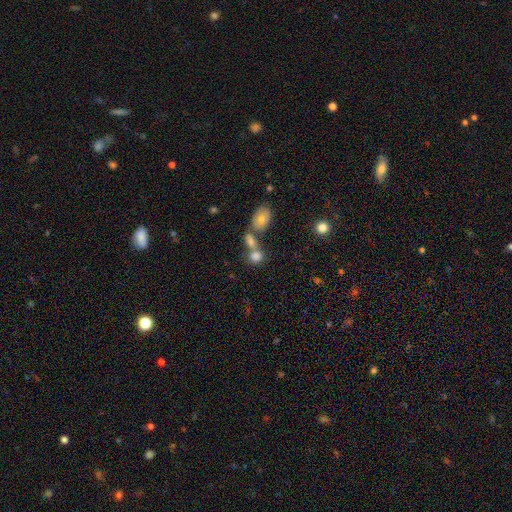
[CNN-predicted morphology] smooth-or-featured: smooth: 78% | star or artifact: 11% | featured or disk: 11%
  how-rounded: in between: 50% | round: 48% | cigar-shaped: 2%
  merging: merger: 47% | none: 37% | minor disturbance: 10% | major disturbance: 5%